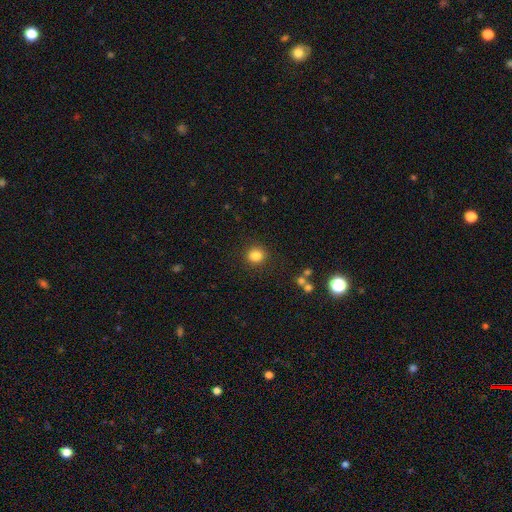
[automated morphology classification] Q: Smooth or featured?
A: smooth (84%); runner-up: star or artifact (12%)
Q: How rounded?
A: round (85%); runner-up: in between (14%)
Q: Merging?
A: none (89%); runner-up: minor disturbance (7%)